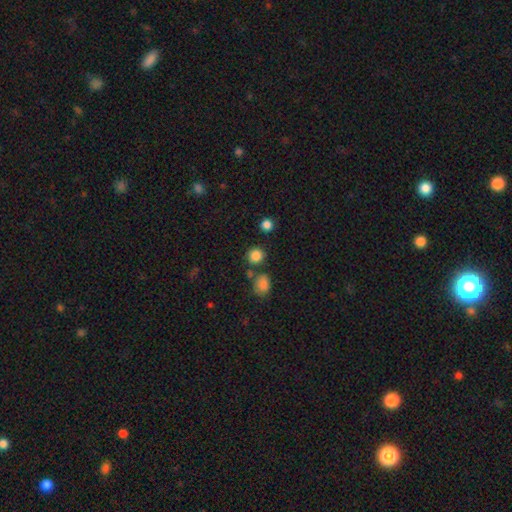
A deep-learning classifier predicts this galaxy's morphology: Smooth or featured: smooth — 84% (star or artifact — 12%)
How rounded: round — 88% (in between — 11%)
Merging: none — 76% (merger — 11%)